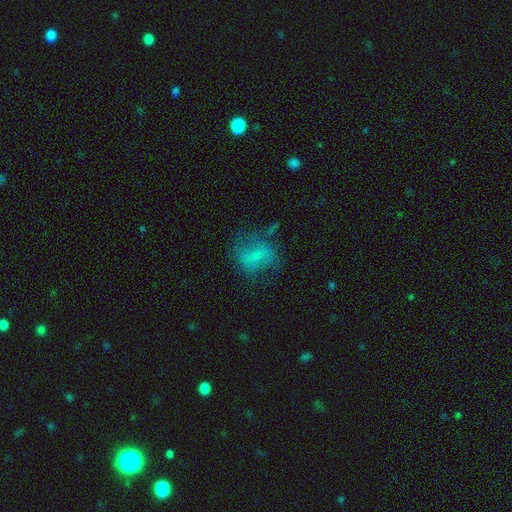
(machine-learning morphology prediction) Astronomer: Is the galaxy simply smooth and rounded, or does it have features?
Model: smooth — 46% (runner-up: featured or disk, 41%).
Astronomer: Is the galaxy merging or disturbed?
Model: none — 52%.